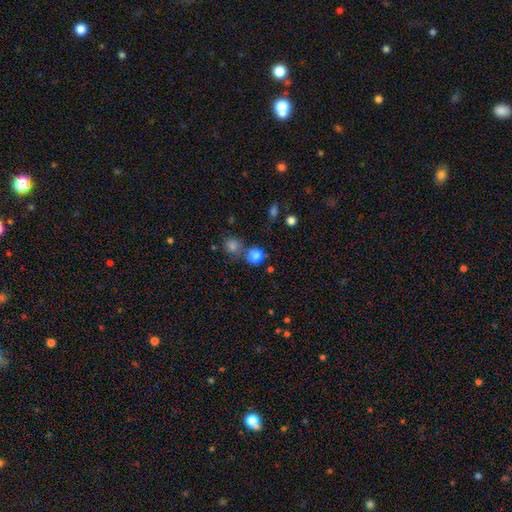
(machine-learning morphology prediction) smooth_or_featured: smooth (p=0.83) [alt: star or artifact p=0.12]
how_rounded: round (p=0.87) [alt: in between p=0.12]
merging: none (p=0.63) [alt: merger p=0.22]